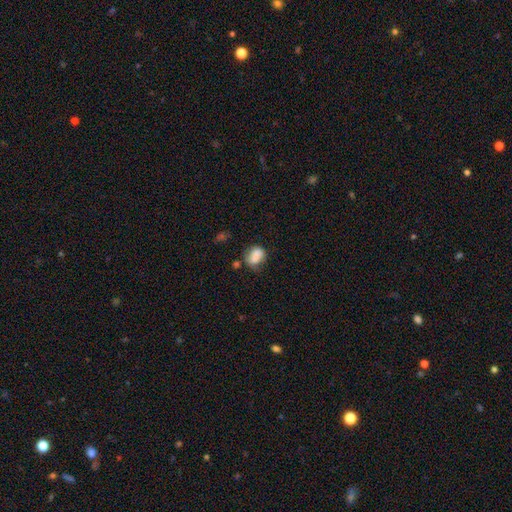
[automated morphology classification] This appears to be a smooth galaxy with no disk features (81%) that is in between round and cigar-shaped (66%). Merging: none (53%).